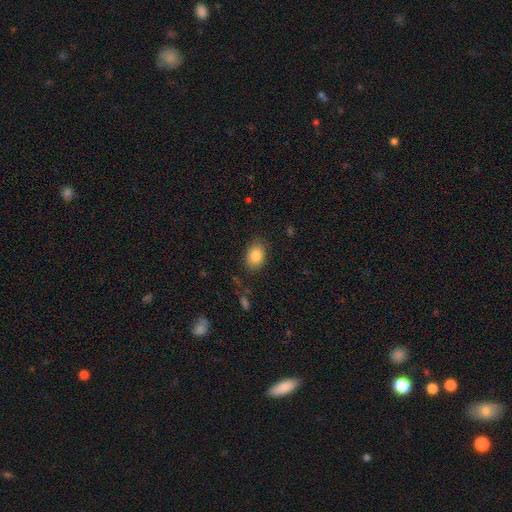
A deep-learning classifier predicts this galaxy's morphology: smooth 84%, featured or disk 8%, star or artifact 8%. Down the decision tree: how rounded — in between (75%); merging — none (83%).